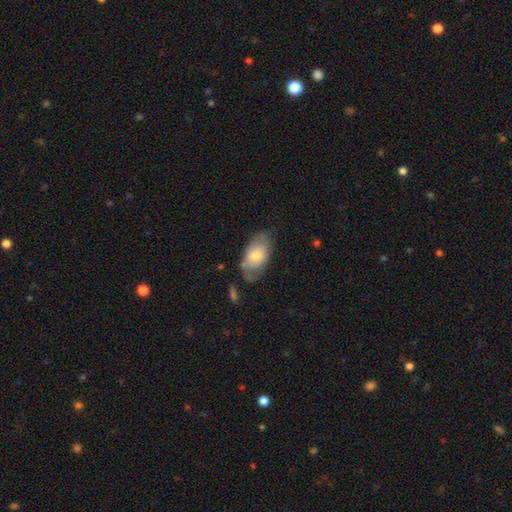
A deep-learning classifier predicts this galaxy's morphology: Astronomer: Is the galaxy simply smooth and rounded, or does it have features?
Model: smooth — 64%.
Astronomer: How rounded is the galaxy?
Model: in between — 92%.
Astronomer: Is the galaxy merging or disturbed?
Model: none — 61%.